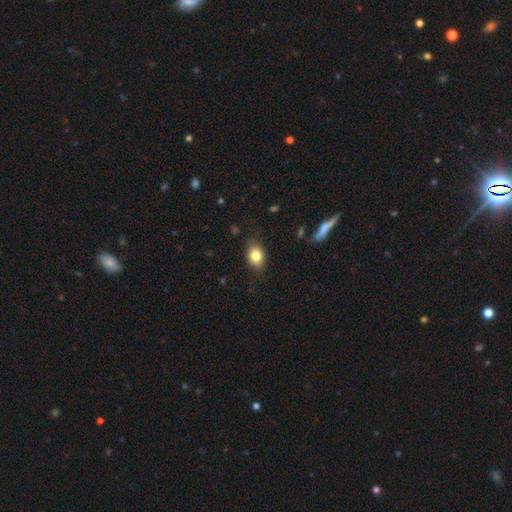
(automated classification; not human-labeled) This appears to be a smooth galaxy with no disk features (81%) that is in between round and cigar-shaped (74%). Merging: none (80%).